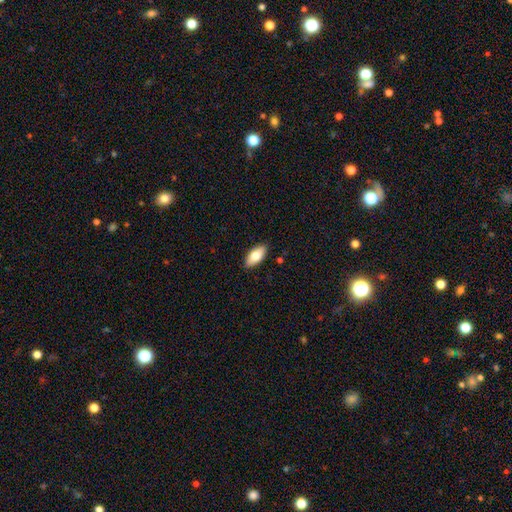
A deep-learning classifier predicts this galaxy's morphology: A smooth galaxy with no disk features (78%) that is in between round and cigar-shaped (91%).

Vote fractions:
- Smooth or featured? smooth: 78% / featured or disk: 16% / star or artifact: 6%
- How rounded? in between: 91% / cigar-shaped: 7% / round: 2%
- Merging? none: 88% / minor disturbance: 9% / major disturbance: 2% / merger: 1%